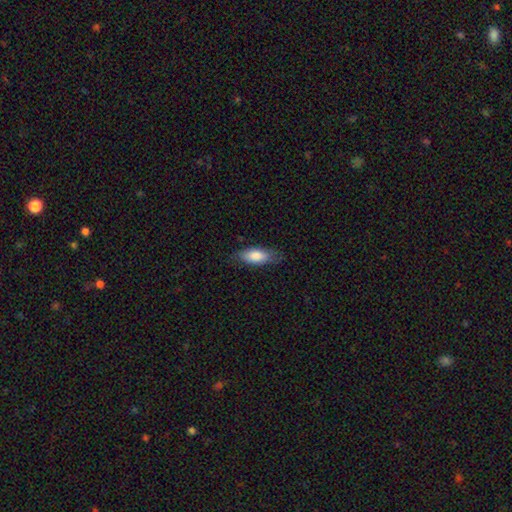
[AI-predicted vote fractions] Smooth or featured? Predicted: smooth (p=0.81). How rounded? Predicted: in between (p=0.78). Merging? Predicted: none (p=0.75).